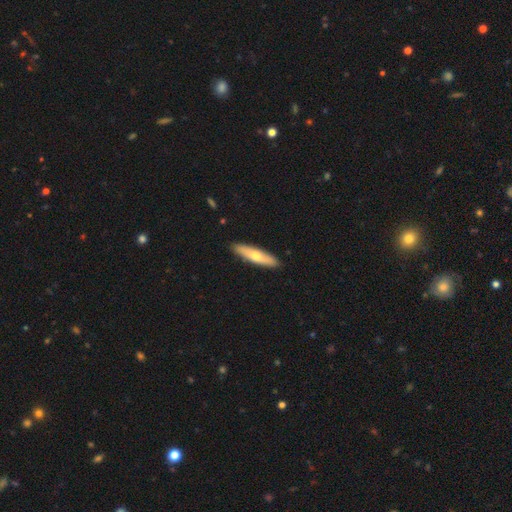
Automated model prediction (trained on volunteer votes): smooth-or-featured: smooth: 55% | featured or disk: 40% | star or artifact: 5%
  how-rounded: cigar-shaped: 76% | in between: 22% | round: 2%
  merging: none: 90% | minor disturbance: 7% | major disturbance: 1% | merger: 1%